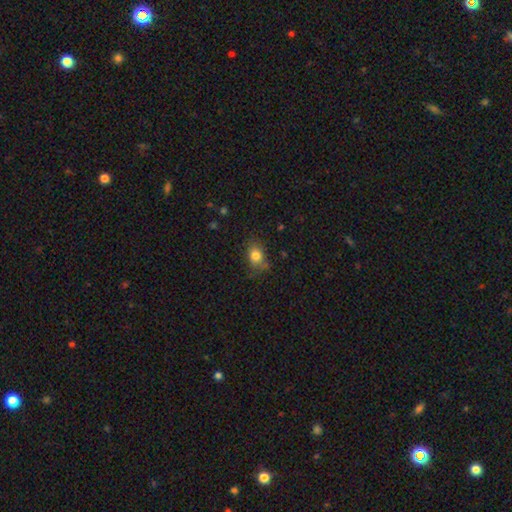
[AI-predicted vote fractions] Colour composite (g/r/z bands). It shows a smooth galaxy with no disk features (81%) that is in between round and cigar-shaped (63%). Merging: none (67%).